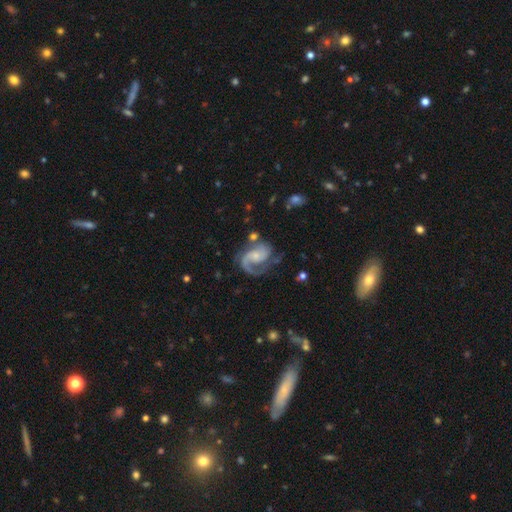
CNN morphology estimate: type=featured or disk (88%); edge-on=no (98%); bar=no (59%); spiral arms=yes (97%); winding=medium (52%); arm count=2 (62%); bulge=small (54%); merging=none (57%).